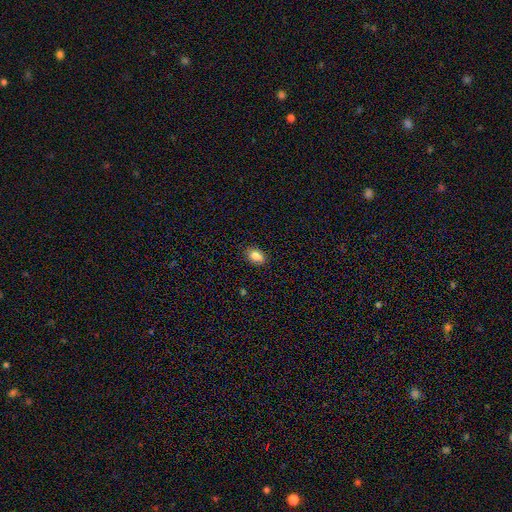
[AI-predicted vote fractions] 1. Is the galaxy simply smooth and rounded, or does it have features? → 83% smooth, 10% star or artifact, 7% featured or disk.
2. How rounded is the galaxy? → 80% in between, 18% round, 2% cigar-shaped.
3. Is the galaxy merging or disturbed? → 83% none, 13% minor disturbance, 2% major disturbance, 2% merger.